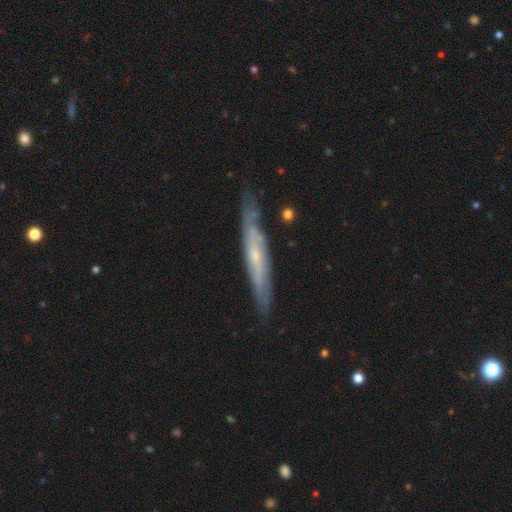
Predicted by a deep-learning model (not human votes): This is likely a featured or disk galaxy (68%). It is likely viewed edge-on (65%). Merging: likely none (75%).